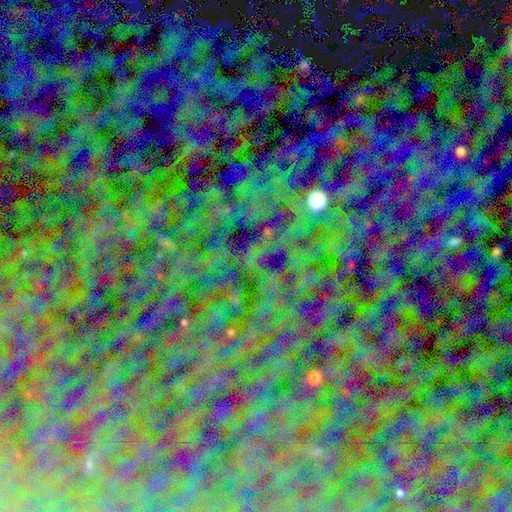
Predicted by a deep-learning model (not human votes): Overall: star or artifact (80%).